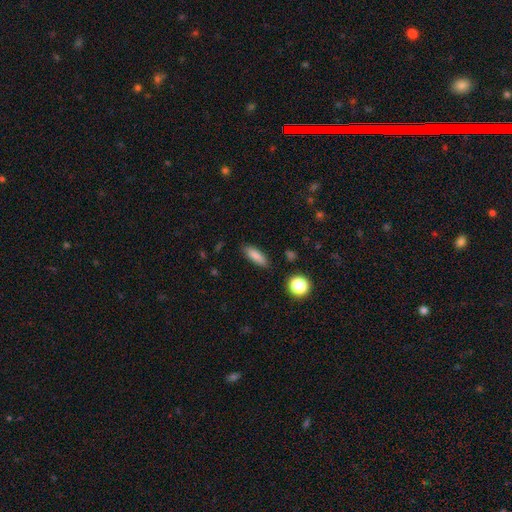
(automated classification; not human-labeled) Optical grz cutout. It shows a smooth galaxy with no disk features (81%) that is in between round and cigar-shaped (54%). Merging: none (85%).